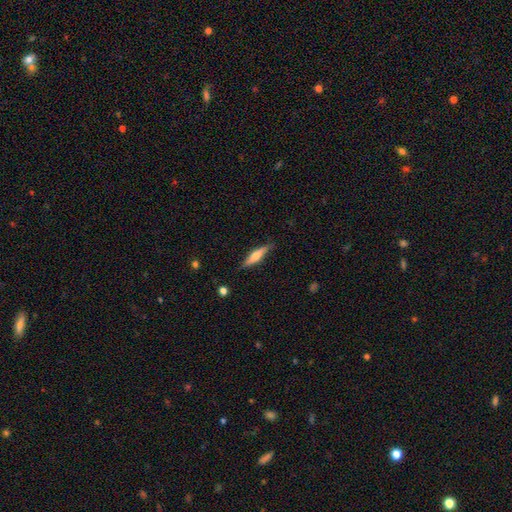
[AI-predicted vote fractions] A featured or disk galaxy (51%) viewed edge-on (95%). Merging: none (84%).